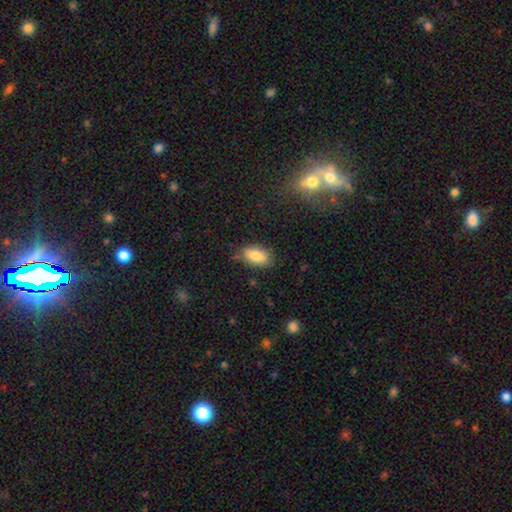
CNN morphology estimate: A smooth galaxy with no disk features (82%) that is in between round and cigar-shaped (91%).

Vote fractions:
- Smooth or featured? smooth: 82% / featured or disk: 11% / star or artifact: 8%
- How rounded? in between: 91% / round: 5% / cigar-shaped: 4%
- Merging? none: 71% / minor disturbance: 22% / major disturbance: 5% / merger: 3%